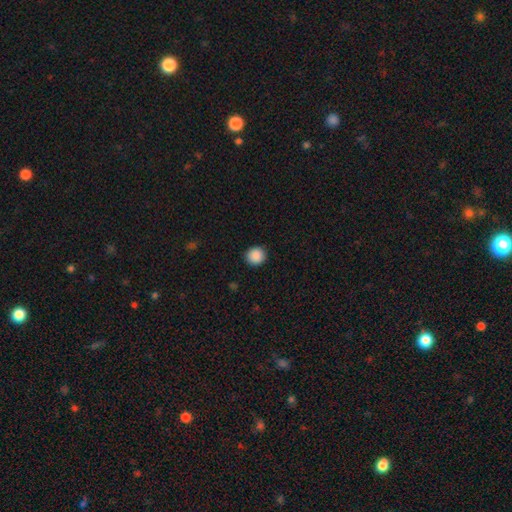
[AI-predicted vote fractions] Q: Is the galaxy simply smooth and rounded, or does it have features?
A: smooth — 89%.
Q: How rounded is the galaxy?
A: round — 89%.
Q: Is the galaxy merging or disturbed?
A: none — 91%.